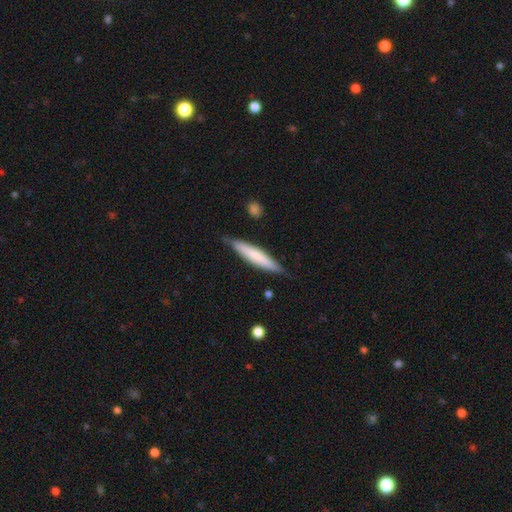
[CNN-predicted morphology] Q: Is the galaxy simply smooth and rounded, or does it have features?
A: smooth — 67%.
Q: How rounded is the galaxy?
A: cigar-shaped — 90%.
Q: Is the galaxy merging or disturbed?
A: none — 82%.